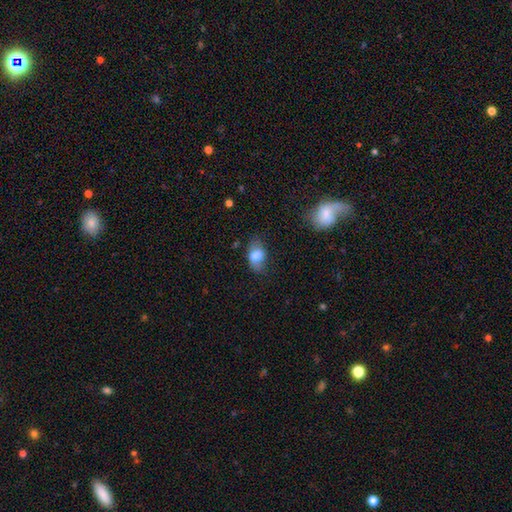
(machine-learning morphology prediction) This is likely a smooth galaxy (75%). How rounded: clearly in between (85%). Merging: likely none (60%).